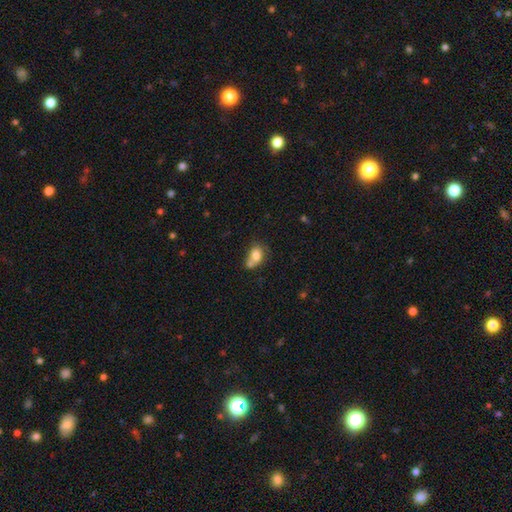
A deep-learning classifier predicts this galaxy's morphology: smooth-or-featured: smooth: 76% | featured or disk: 15% | star or artifact: 9%
  how-rounded: in between: 63% | round: 35% | cigar-shaped: 2%
  merging: merger: 44% | none: 29% | minor disturbance: 18% | major disturbance: 9%